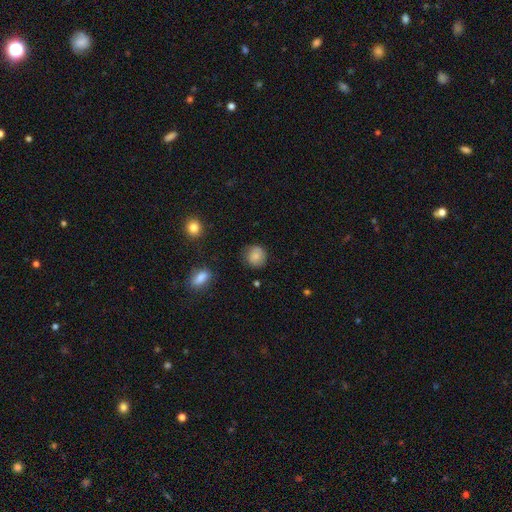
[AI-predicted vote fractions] The model was most divided on "merging": none: 78%, minor disturbance: 16%, major disturbance: 4%, merger: 2%. More confident: how rounded — round (86%); smooth or featured — smooth (80%).